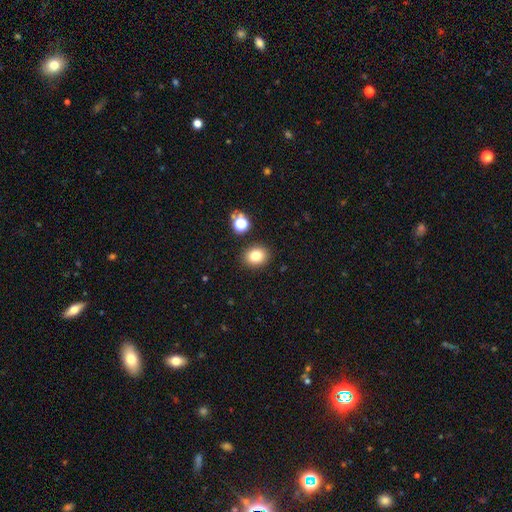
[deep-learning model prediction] A smooth galaxy with no disk features (80%) that is round (62%).

Vote fractions:
- Smooth or featured? smooth: 80% / star or artifact: 13% / featured or disk: 8%
- How rounded? round: 62% / in between: 37% / cigar-shaped: 1%
- Merging? none: 86% / minor disturbance: 8% / merger: 4% / major disturbance: 2%